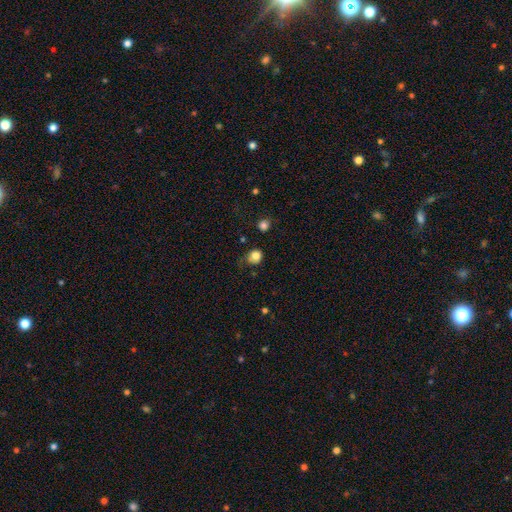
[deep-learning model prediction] Smooth or featured?
  - smooth: 81% *
  - star or artifact: 12%
  - featured or disk: 7%
How rounded?
  - round: 78% *
  - in between: 21%
  - cigar-shaped: 1%
Merging?
  - none: 63% *
  - minor disturbance: 26%
  - major disturbance: 8%
  - merger: 3%